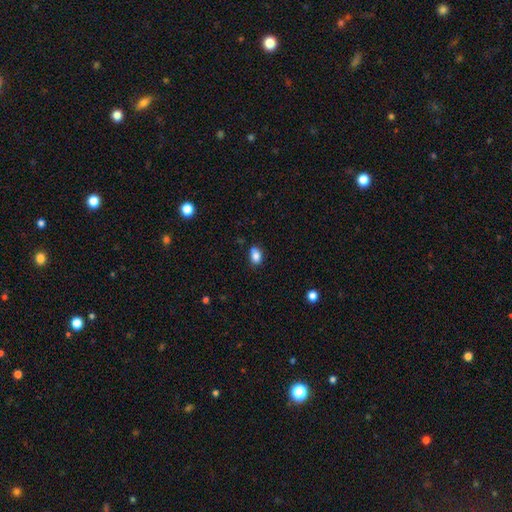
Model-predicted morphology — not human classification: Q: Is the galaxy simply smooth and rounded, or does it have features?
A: smooth — 84%.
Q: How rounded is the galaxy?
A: in between — 83%.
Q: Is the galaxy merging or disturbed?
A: none — 67%.